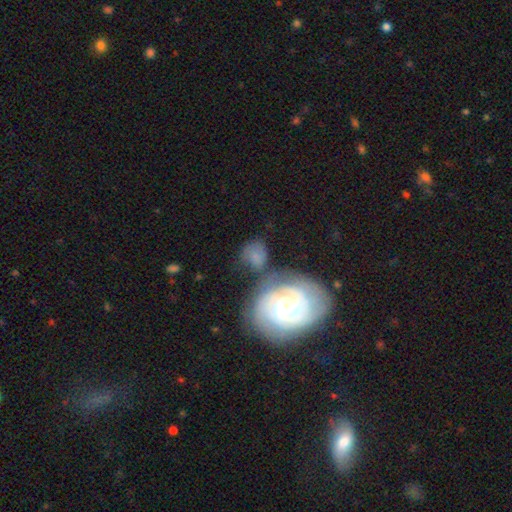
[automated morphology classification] type=smooth (53%); roundness=round (58%); merging=none (47%).